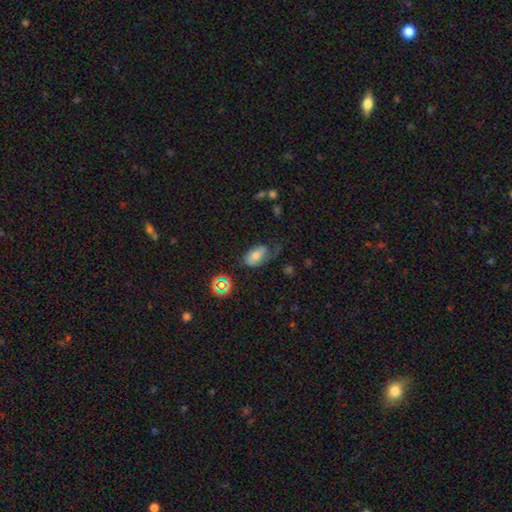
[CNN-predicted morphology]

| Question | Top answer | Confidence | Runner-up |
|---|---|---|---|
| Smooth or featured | smooth | 58% | featured or disk (30%) |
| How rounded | in between | 90% | round (8%) |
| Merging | none | 35% | major disturbance (34%) |